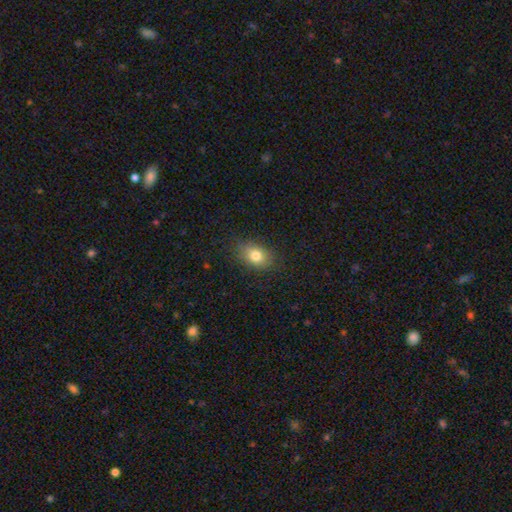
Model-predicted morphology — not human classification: smooth 80%, star or artifact 10%, featured or disk 10%. Down the decision tree: how rounded — in between (73%); merging — none (82%).